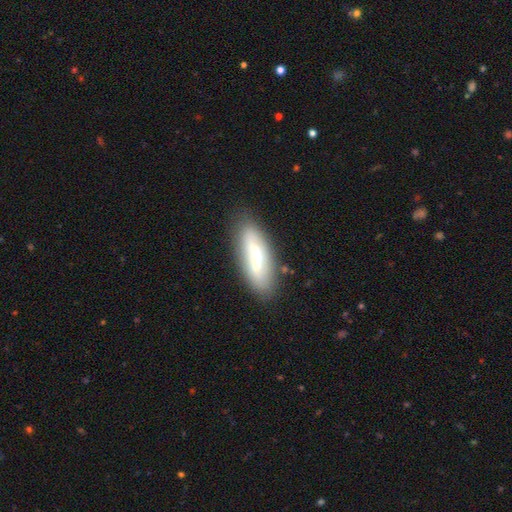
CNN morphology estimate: Smooth or featured?
  - featured or disk: 47% *
  - smooth: 45%
  - star or artifact: 8%
Merging?
  - none: 76% *
  - minor disturbance: 17%
  - major disturbance: 5%
  - merger: 3%